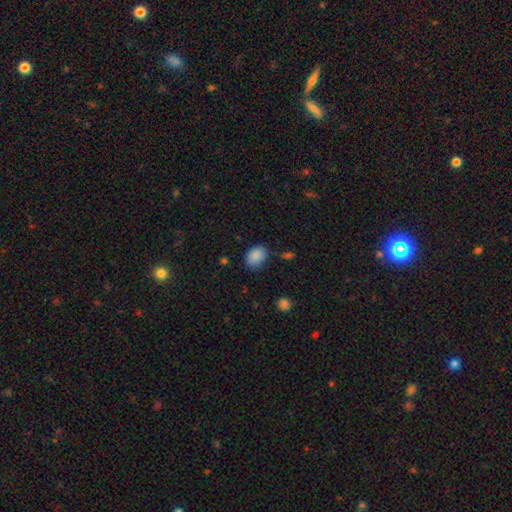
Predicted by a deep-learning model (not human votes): A smooth galaxy with no disk features (88%) that is in between round and cigar-shaped (73%). Merging: none (72%).